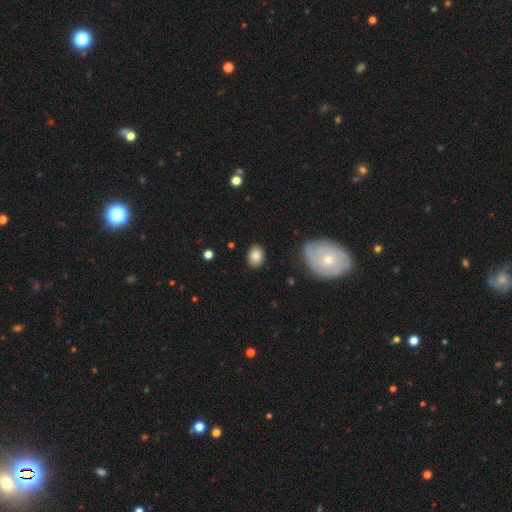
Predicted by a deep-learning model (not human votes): Smooth or featured: smooth — 85% (star or artifact — 8%)
How rounded: in between — 67% (round — 32%)
Merging: none — 83% (minor disturbance — 12%)